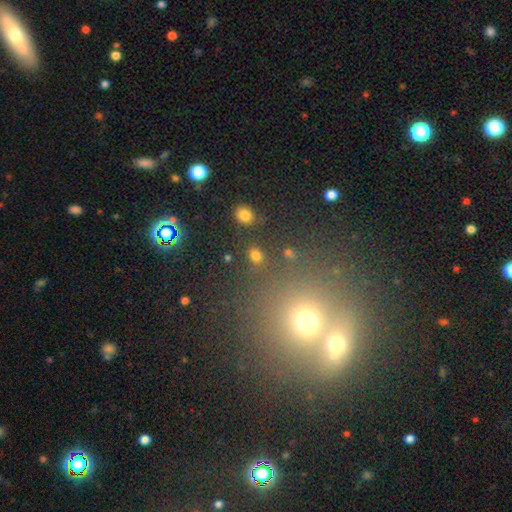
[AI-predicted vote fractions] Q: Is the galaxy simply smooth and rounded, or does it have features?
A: smooth — 78%.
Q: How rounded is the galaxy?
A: round — 65%.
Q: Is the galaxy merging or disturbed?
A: none — 84%.